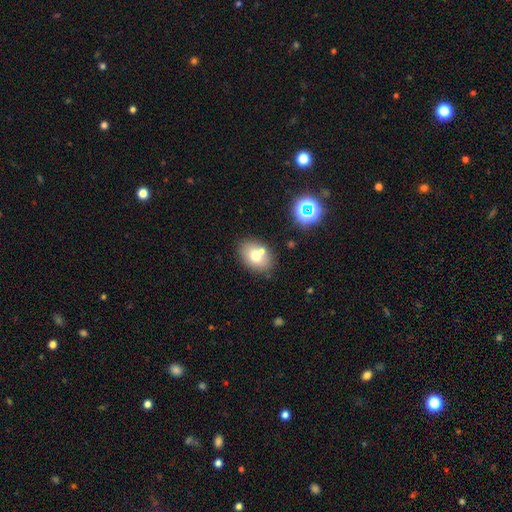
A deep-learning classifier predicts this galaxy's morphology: Smooth or featured? Predicted: smooth (p=0.70). How rounded? Predicted: in between (p=0.72). Merging? Predicted: none (p=0.69).